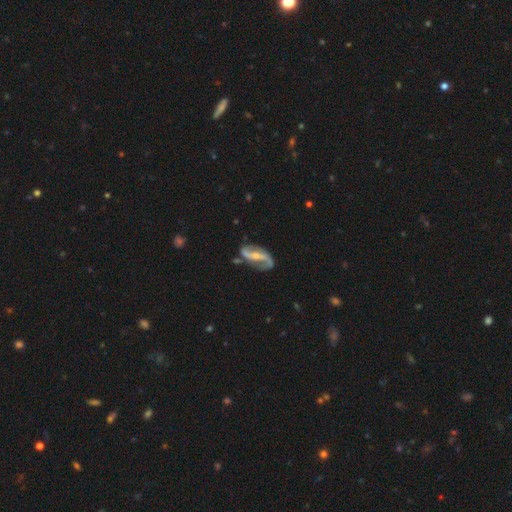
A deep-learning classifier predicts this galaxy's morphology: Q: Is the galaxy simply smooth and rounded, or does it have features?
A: featured or disk — 87%.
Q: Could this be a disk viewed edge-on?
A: no — 95%.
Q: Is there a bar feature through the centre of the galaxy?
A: strong — 42%.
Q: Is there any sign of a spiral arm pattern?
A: yes — 95%.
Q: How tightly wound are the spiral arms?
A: loose — 61%.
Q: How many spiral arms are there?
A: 2 — 90%.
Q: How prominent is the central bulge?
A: small — 52%.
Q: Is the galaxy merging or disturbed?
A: none — 67%.